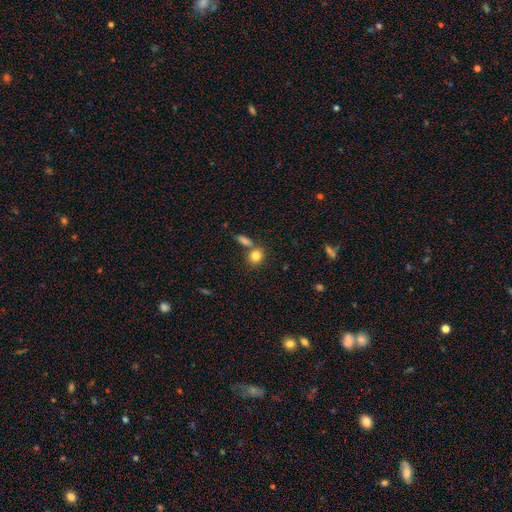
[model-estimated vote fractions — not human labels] This appears to be a smooth galaxy with no disk features (82%) that is round (67%). Merging: none (55%).